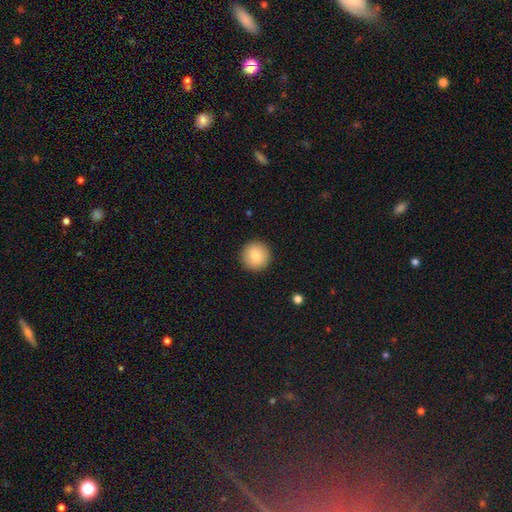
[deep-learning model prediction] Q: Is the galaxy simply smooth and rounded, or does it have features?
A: smooth — 82%.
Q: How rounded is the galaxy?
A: round — 96%.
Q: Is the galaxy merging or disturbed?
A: none — 93%.